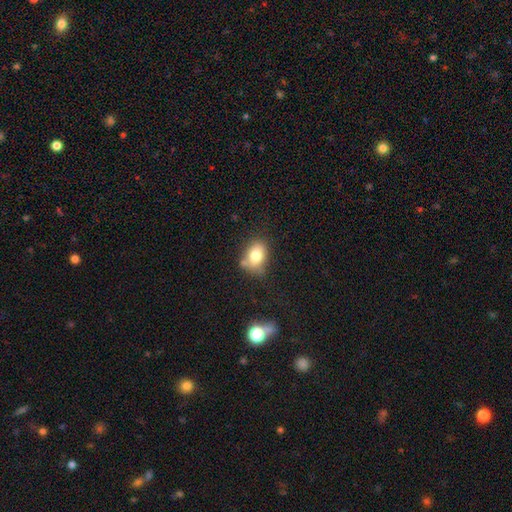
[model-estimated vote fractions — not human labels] Overall: smooth (79%). How rounded: in between (73%). Merging: none (56%; minor disturbance 24%).